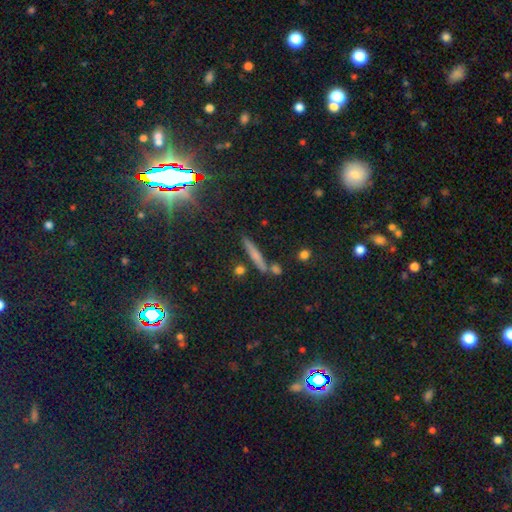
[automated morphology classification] A smooth galaxy with no disk features (54%) that is cigar-shaped (89%). Merging: none (79%).